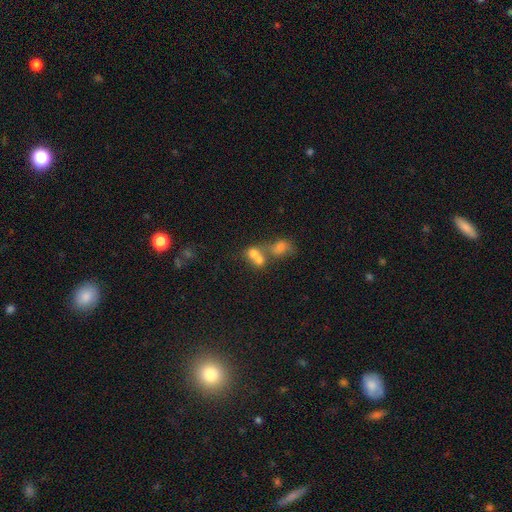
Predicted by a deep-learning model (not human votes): The model was most divided on "how rounded": round: 54%, in between: 44%, cigar-shaped: 2%. More confident: merging — merger (66%); smooth or featured — smooth (64%).